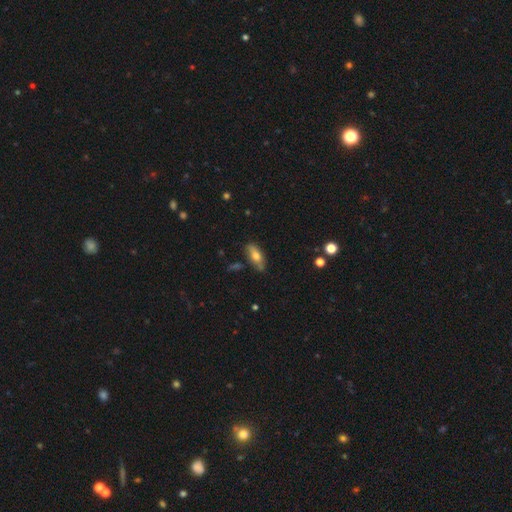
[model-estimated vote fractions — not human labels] A smooth galaxy with no disk features (66%) that is in between round and cigar-shaped (78%).

Vote fractions:
- Smooth or featured? smooth: 66% / featured or disk: 26% / star or artifact: 8%
- How rounded? in between: 78% / cigar-shaped: 18% / round: 4%
- Merging? none: 75% / minor disturbance: 18% / major disturbance: 4% / merger: 3%